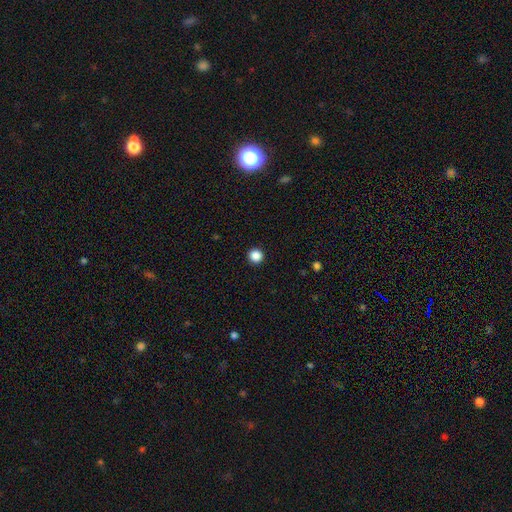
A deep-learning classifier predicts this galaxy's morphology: This appears to be a smooth galaxy with no disk features (87%) that is round (96%). Merging: none (94%).